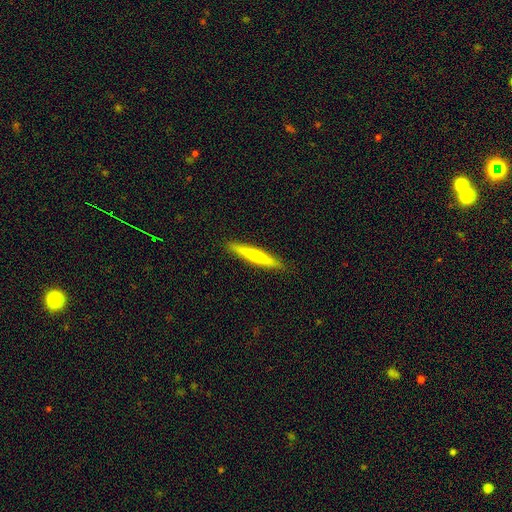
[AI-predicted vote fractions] Smooth or featured? smooth (50%)
Merging? none (92%)